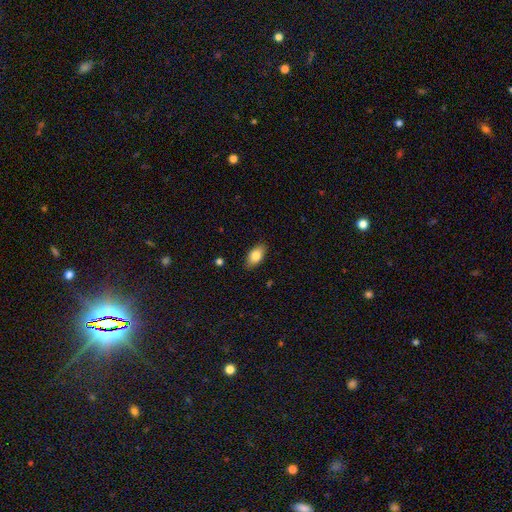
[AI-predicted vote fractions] smooth-or-featured: smooth: 83% | featured or disk: 10% | star or artifact: 7%
  how-rounded: in between: 90% | round: 7% | cigar-shaped: 3%
  merging: none: 85% | minor disturbance: 11% | major disturbance: 2% | merger: 1%